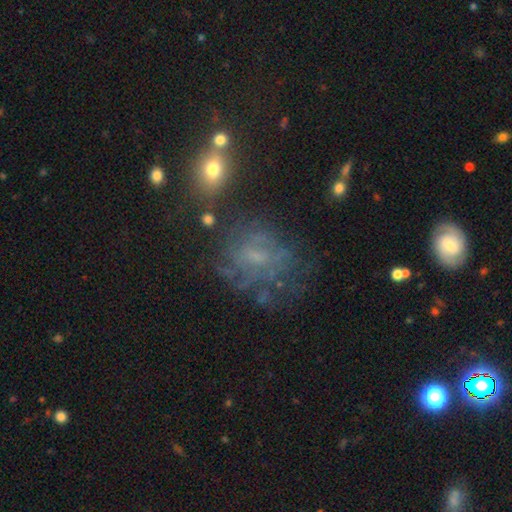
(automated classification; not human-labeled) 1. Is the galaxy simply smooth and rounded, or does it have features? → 57% featured or disk, 25% smooth, 18% star or artifact.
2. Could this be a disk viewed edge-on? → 97% no, 3% yes.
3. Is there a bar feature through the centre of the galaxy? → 60% no, 34% weak, 6% strong.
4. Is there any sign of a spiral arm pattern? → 55% yes, 45% no.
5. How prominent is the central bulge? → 46% small, 30% none, 21% moderate, 2% large, 1% dominant.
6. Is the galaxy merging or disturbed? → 55% none, 20% minor disturbance, 20% major disturbance, 5% merger.